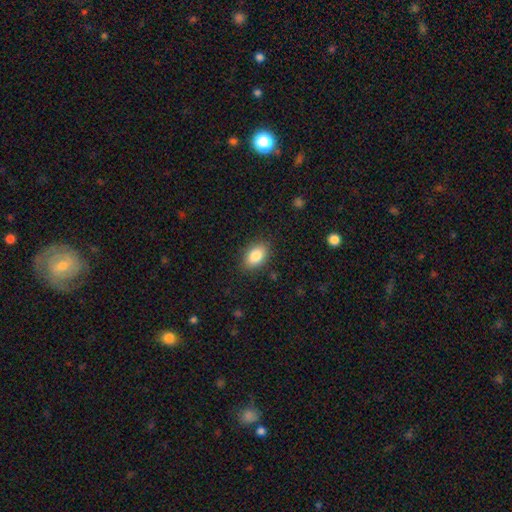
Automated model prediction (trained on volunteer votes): Morphology: type=smooth (85%); roundness=in between (88%); merging=none (87%).